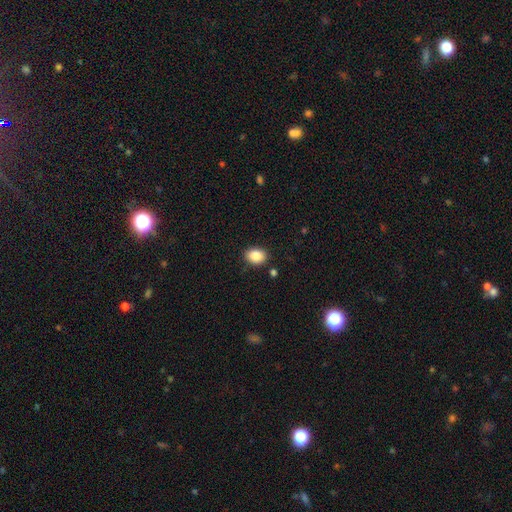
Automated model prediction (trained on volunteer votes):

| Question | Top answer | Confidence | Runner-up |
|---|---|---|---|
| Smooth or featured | smooth | 87% | star or artifact (8%) |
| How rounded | in between | 67% | round (32%) |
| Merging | none | 87% | minor disturbance (9%) |